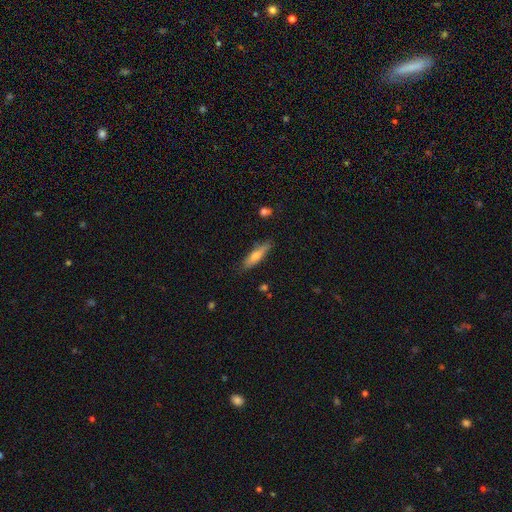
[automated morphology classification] Smooth or featured? Predicted: smooth (p=0.66). How rounded? Predicted: cigar-shaped (p=0.74). Merging? Predicted: none (p=0.83).